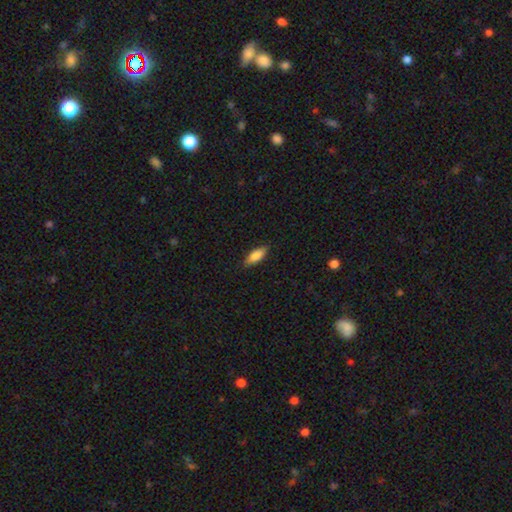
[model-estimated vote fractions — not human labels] smooth-or-featured: smooth: 84% | featured or disk: 10% | star or artifact: 6%
  how-rounded: in between: 73% | cigar-shaped: 25% | round: 2%
  merging: none: 85% | minor disturbance: 12% | major disturbance: 2% | merger: 1%